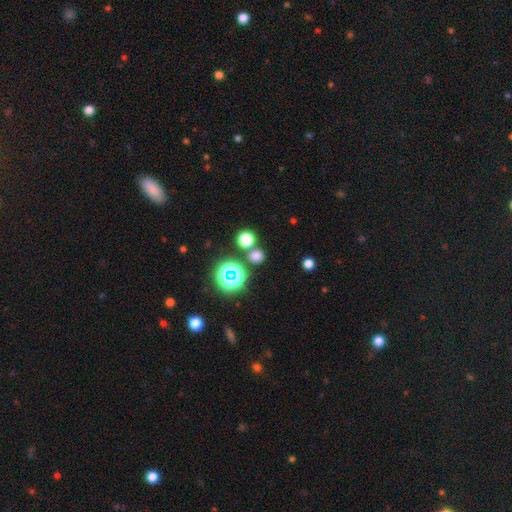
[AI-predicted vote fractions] The model was most divided on "smooth or featured": smooth: 68%, star or artifact: 27%, featured or disk: 6%. More confident: how rounded — round (86%); merging — none (73%).